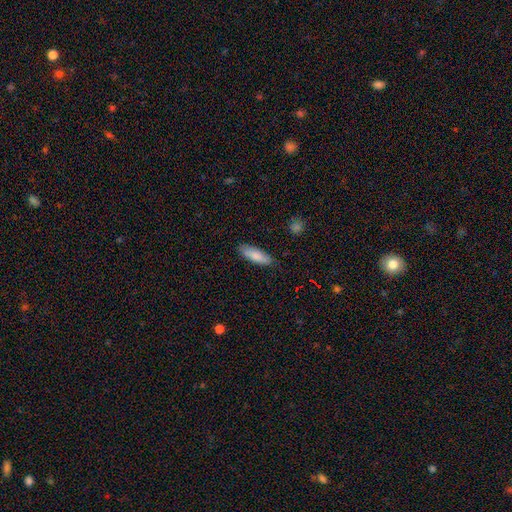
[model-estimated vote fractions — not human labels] smooth-or-featured: smooth: 82% | featured or disk: 12% | star or artifact: 6%
  how-rounded: cigar-shaped: 50% | in between: 48% | round: 2%
  merging: none: 85% | minor disturbance: 12% | major disturbance: 2% | merger: 1%